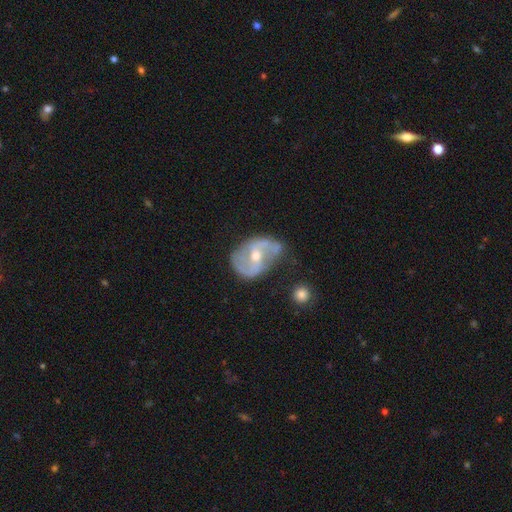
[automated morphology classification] Smooth or featured? Predicted: featured or disk (p=0.81). Edge-on disk? Predicted: no (p=0.96). Bar? Predicted: weak (p=0.42). Spiral arms? Predicted: yes (p=0.86). Spiral winding? Predicted: loose (p=0.42). Spiral arm count? Predicted: 2 (p=0.84). Bulge size? Predicted: moderate (p=0.61). Merging? Predicted: none (p=0.54).